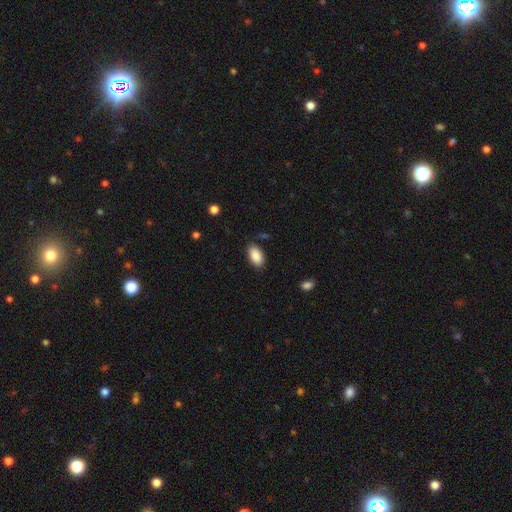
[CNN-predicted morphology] Overall: smooth (89%). How rounded: in between (94%). Merging: none (84%).